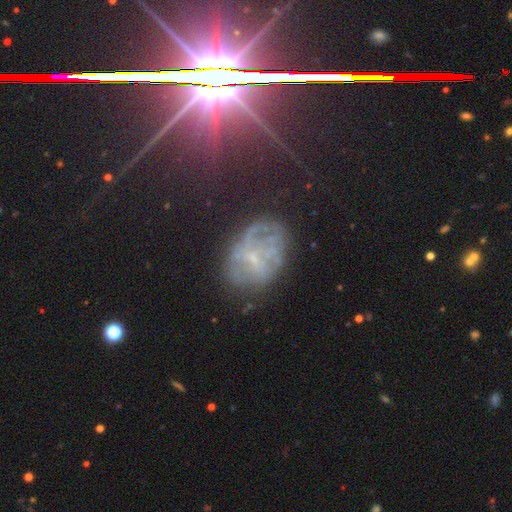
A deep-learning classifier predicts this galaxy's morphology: smooth-or-featured: featured or disk: 55% | star or artifact: 25% | smooth: 21%
  disk-edge-on: no: 94% | yes: 6%
    bar: no: 56% | weak: 32% | strong: 12%
    has-spiral-arms: no: 51% | yes: 49%
    bulge-size: small: 65% | none: 21% | moderate: 12% | large: 1% | dominant: 1%
  merging: none: 62% | minor disturbance: 20% | major disturbance: 15% | merger: 3%